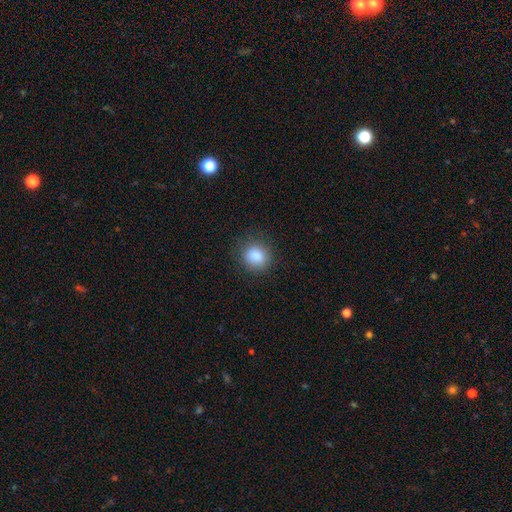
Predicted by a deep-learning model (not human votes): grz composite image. It shows a smooth galaxy with no disk features (86%) that is round (78%). Merging: none (85%).